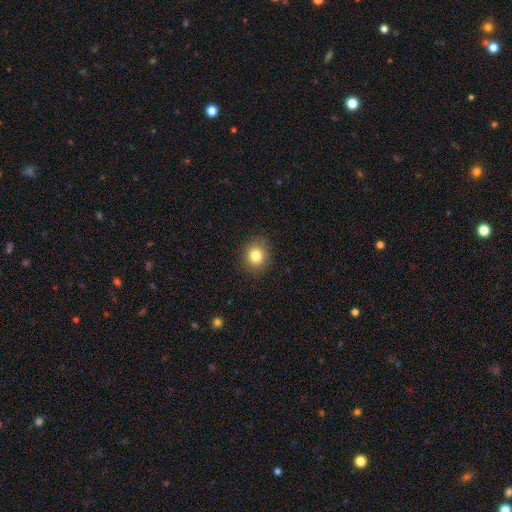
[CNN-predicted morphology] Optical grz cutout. It shows a smooth galaxy with no disk features (81%) that is round (81%). Merging: none (88%).